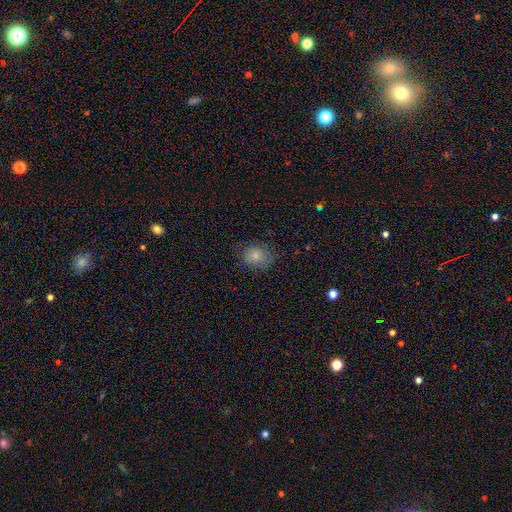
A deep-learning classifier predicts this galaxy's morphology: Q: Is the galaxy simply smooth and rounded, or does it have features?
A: smooth — 79%.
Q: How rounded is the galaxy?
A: round — 57%.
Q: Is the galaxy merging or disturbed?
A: none — 71%.